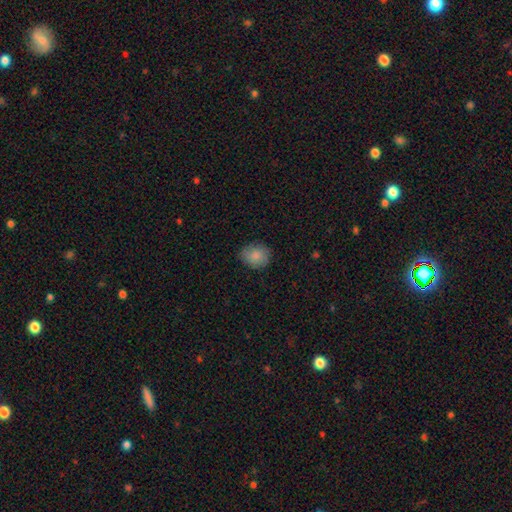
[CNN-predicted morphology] Q: Smooth or featured?
A: smooth (86%); runner-up: star or artifact (7%)
Q: How rounded?
A: round (64%); runner-up: in between (35%)
Q: Merging?
A: none (83%); runner-up: minor disturbance (14%)